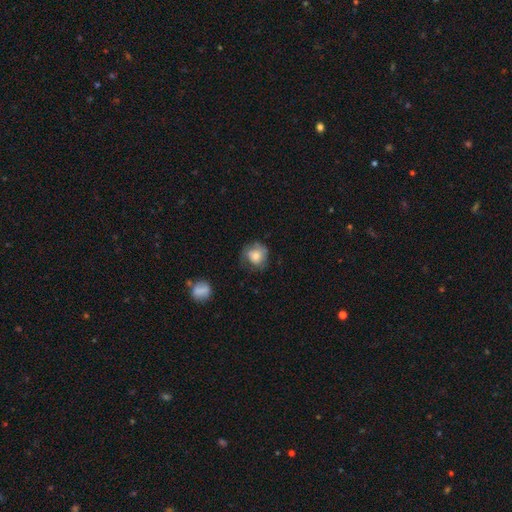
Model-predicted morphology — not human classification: This is likely a smooth galaxy (68%). How rounded: clearly round (81%). Merging: possibly none (57%).